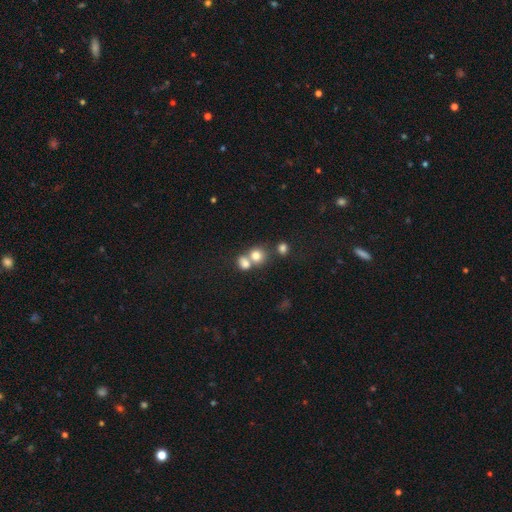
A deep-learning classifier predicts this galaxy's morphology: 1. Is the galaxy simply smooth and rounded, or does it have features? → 76% smooth, 12% star or artifact, 12% featured or disk.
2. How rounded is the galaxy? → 73% round, 26% in between, 1% cigar-shaped.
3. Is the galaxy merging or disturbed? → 50% merger, 38% none, 8% minor disturbance, 4% major disturbance.